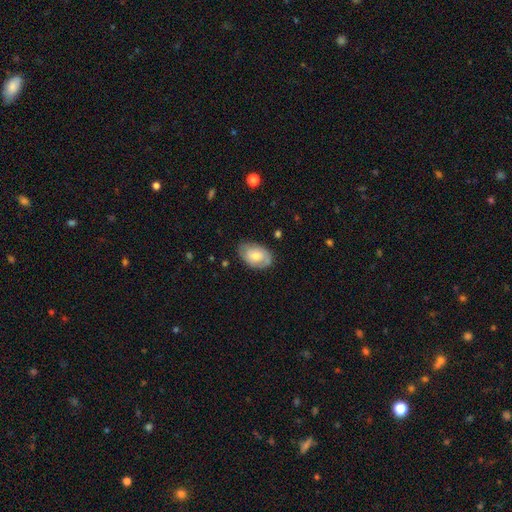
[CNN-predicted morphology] Smooth or featured? featured or disk (48%)
Merging? none (73%)